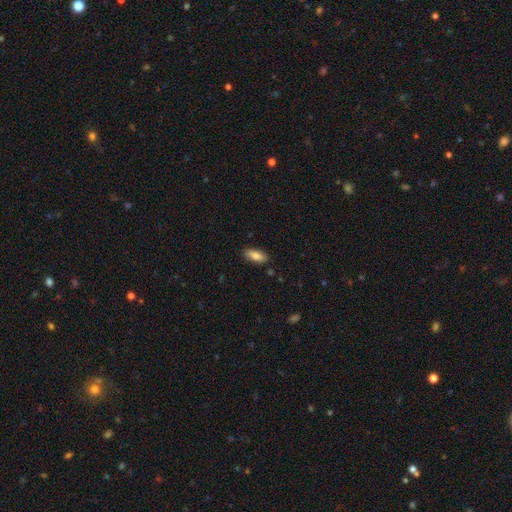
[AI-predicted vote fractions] Morphology: type=smooth (83%); roundness=in between (81%); merging=none (86%).